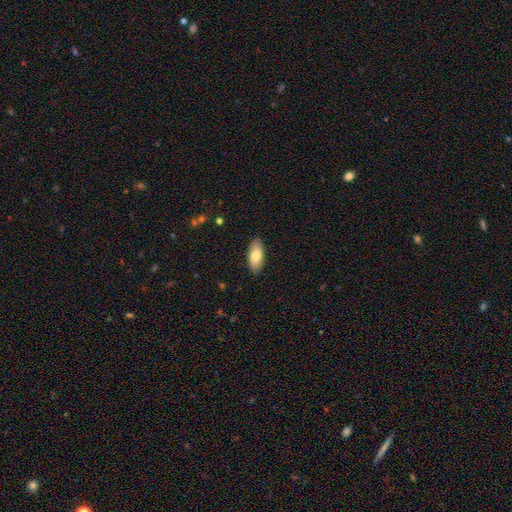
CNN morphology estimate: This appears to be a smooth galaxy with no disk features (79%) that is in between round and cigar-shaped (87%). Merging: none (89%).